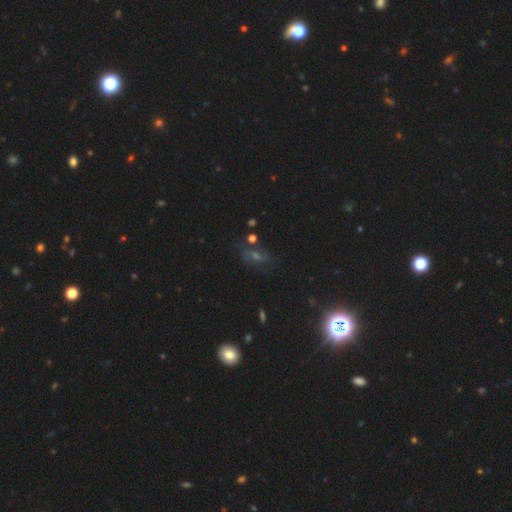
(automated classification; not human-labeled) This is marginally a star or artifact rather than a galaxy (40%).